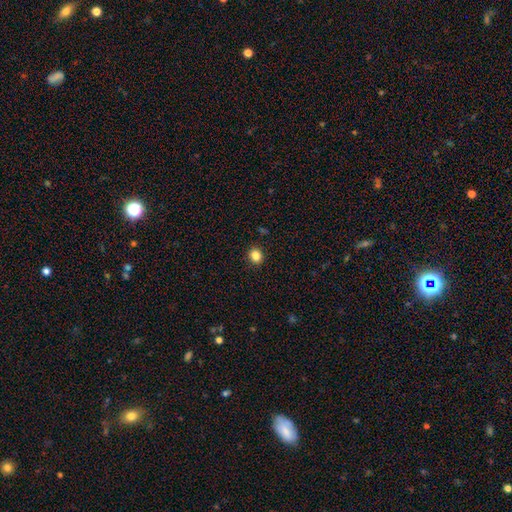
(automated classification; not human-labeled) Smooth or featured?
  - smooth: 84% *
  - star or artifact: 11%
  - featured or disk: 4%
How rounded?
  - round: 75% *
  - in between: 24%
  - cigar-shaped: 1%
Merging?
  - none: 91% *
  - minor disturbance: 6%
  - major disturbance: 2%
  - merger: 1%